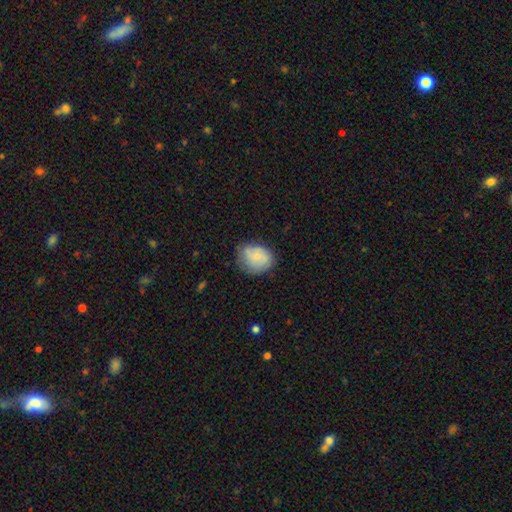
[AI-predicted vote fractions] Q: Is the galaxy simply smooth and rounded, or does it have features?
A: smooth — 57%.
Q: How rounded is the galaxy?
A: round — 50%.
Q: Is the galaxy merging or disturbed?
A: none — 59%.